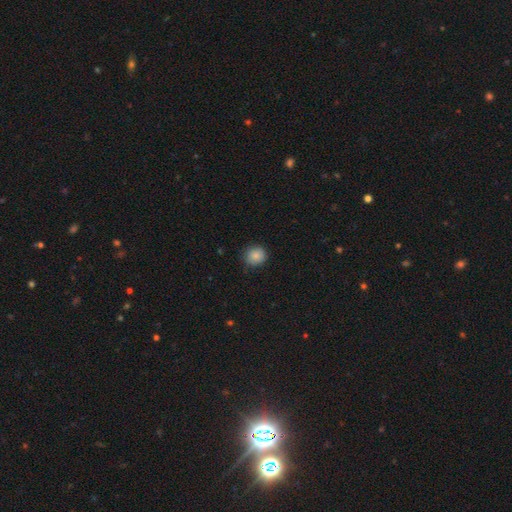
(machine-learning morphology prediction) Smooth or featured?
  - smooth: 86% *
  - star or artifact: 9%
  - featured or disk: 5%
How rounded?
  - round: 86% *
  - in between: 13%
  - cigar-shaped: 1%
Merging?
  - none: 82% *
  - minor disturbance: 15%
  - major disturbance: 3%
  - merger: 1%